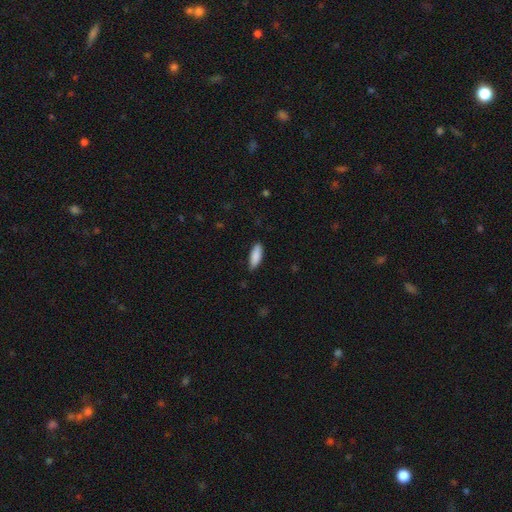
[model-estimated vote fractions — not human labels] smooth-or-featured: smooth: 89% | featured or disk: 6% | star or artifact: 6%
  how-rounded: in between: 60% | cigar-shaped: 39% | round: 1%
  merging: none: 85% | minor disturbance: 12% | major disturbance: 2% | merger: 1%